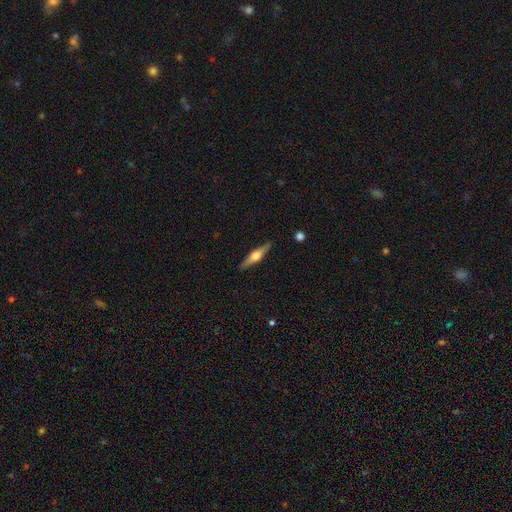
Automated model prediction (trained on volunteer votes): smooth_or_featured: featured or disk (p=0.69) [alt: smooth p=0.26]
disk_edge_on: yes (p=0.97) [alt: no p=0.03]
edge_on_bulge: rounded (p=0.92) [alt: boxy p=0.06]
merging: none (p=0.90) [alt: minor disturbance p=0.07]